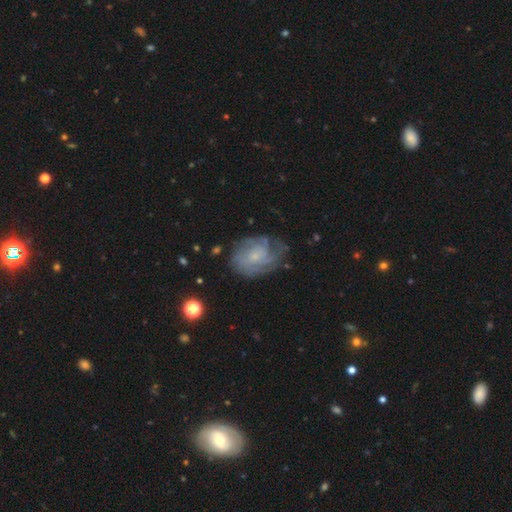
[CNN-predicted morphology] This appears to be a featured or disk galaxy (71%) with no bar (70%), tight (53%) spiral arms (87%) and a small central bulge (71%). Merging: none (61%).